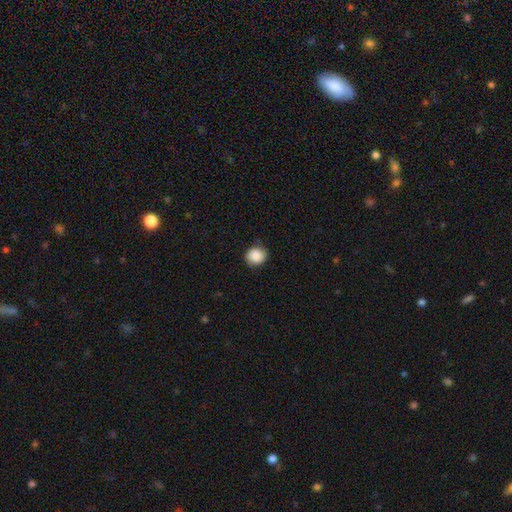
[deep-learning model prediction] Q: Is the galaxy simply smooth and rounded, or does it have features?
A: smooth — 80%.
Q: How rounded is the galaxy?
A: round — 81%.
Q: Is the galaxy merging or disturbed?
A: none — 79%.